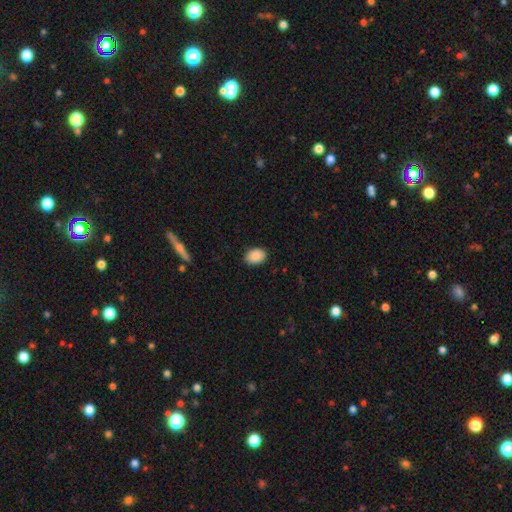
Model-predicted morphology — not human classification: This is clearly a smooth galaxy (89%). How rounded: likely in between (77%). Merging: clearly none (89%).